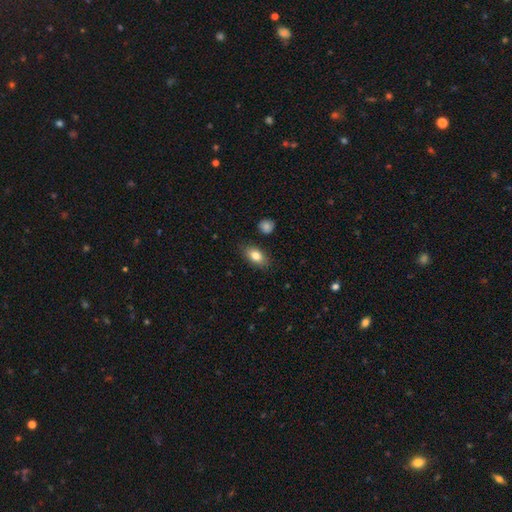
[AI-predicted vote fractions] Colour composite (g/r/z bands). It shows a smooth galaxy with no disk features (82%) that is in between round and cigar-shaped (86%). Merging: none (83%).